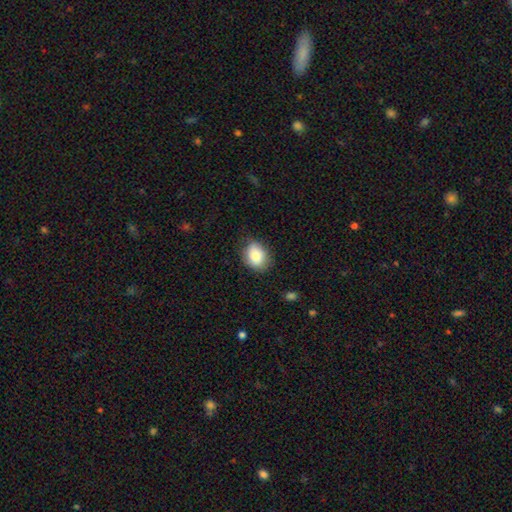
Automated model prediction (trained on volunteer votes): smooth 84%, featured or disk 9%, star or artifact 7%. Down the decision tree: how rounded — in between (63%); merging — none (73%).